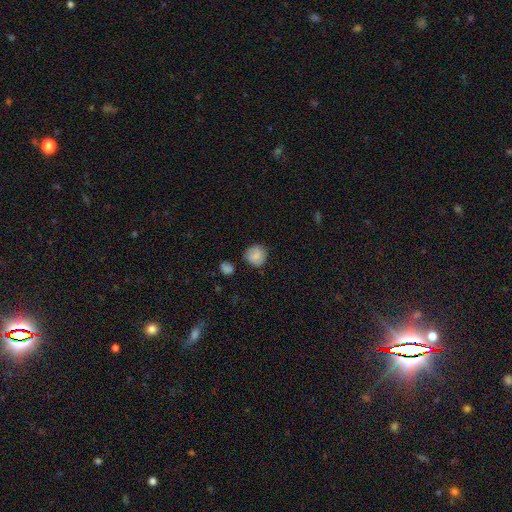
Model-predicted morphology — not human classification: Smooth or featured? smooth (79%)
How rounded? round (86%)
Merging? none (76%)